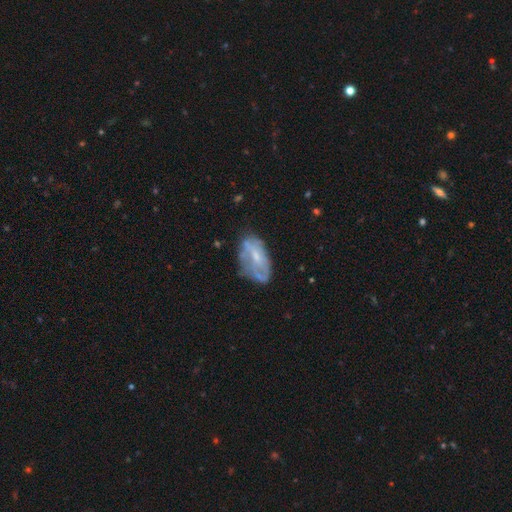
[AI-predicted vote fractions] smooth-or-featured: featured or disk: 60% | smooth: 32% | star or artifact: 8%
  disk-edge-on: no: 94% | yes: 6%
    bar: no: 60% | weak: 31% | strong: 9%
    has-spiral-arms: no: 58% | yes: 42%
    bulge-size: small: 60% | moderate: 28% | none: 9% | large: 1% | dominant: 1%
  merging: none: 52% | minor disturbance: 28% | major disturbance: 16% | merger: 4%